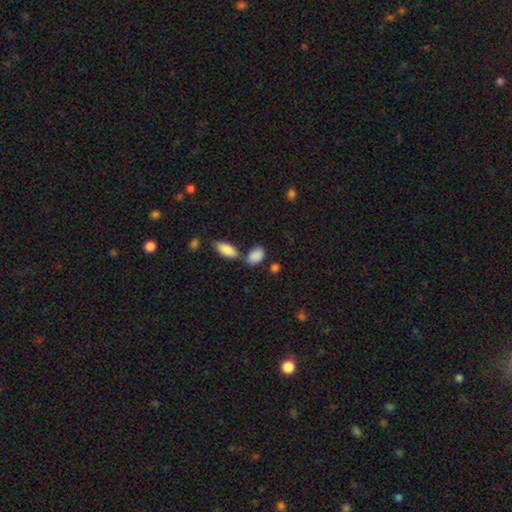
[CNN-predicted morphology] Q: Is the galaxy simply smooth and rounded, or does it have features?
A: smooth — 88%.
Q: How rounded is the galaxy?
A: in between — 89%.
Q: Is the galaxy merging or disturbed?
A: none — 53%.